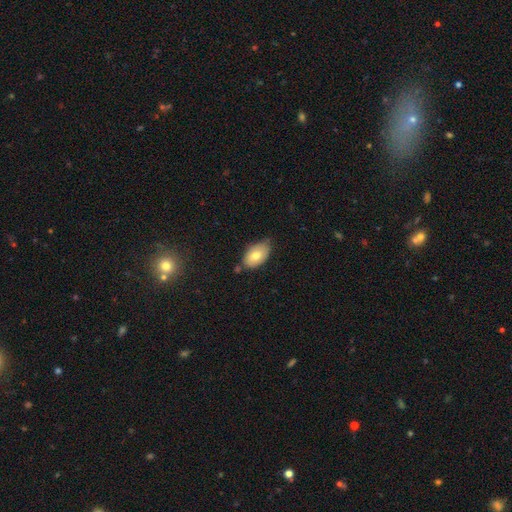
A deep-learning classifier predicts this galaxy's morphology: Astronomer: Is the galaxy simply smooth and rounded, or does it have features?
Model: smooth — 75%.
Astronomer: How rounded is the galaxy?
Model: in between — 92%.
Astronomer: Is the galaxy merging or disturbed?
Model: none — 66%.